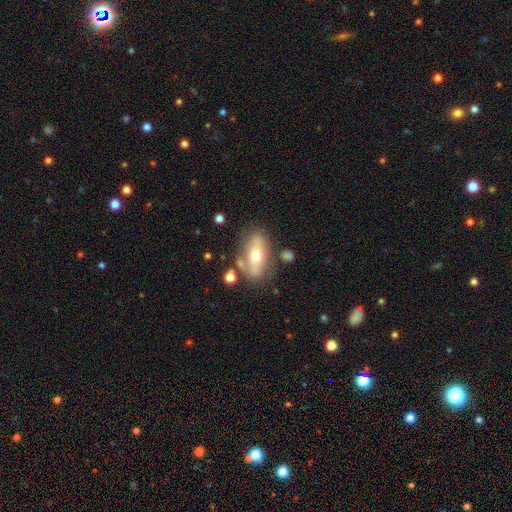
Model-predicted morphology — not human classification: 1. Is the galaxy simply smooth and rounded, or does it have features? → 48% smooth, 44% featured or disk, 7% star or artifact.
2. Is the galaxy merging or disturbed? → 67% none, 18% minor disturbance, 9% merger, 7% major disturbance.